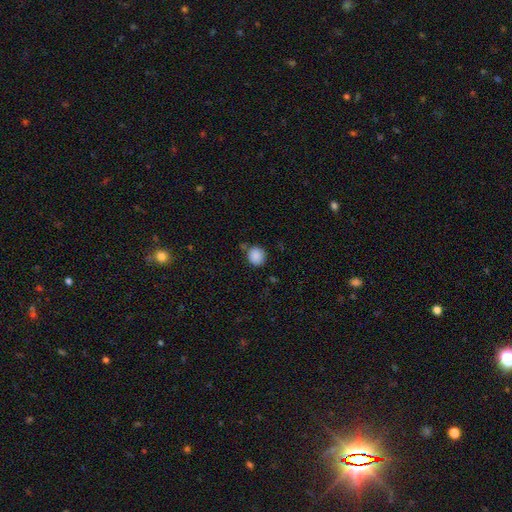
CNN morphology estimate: Q: Smooth or featured?
A: smooth (88%); runner-up: star or artifact (9%)
Q: How rounded?
A: round (77%); runner-up: in between (22%)
Q: Merging?
A: none (77%); runner-up: minor disturbance (13%)